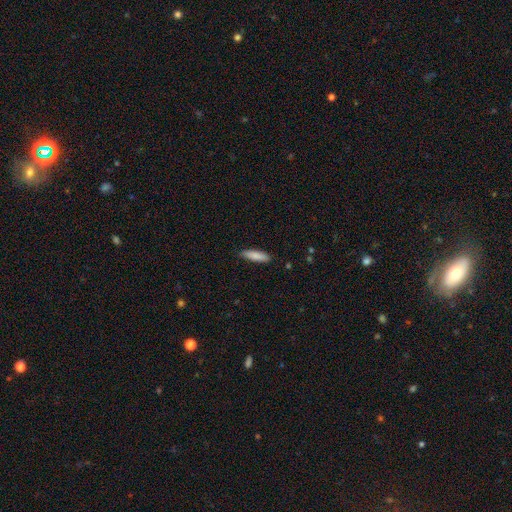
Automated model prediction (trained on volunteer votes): Smooth or featured: smooth — 85% (featured or disk — 9%)
How rounded: cigar-shaped — 68% (in between — 30%)
Merging: none — 87% (minor disturbance — 11%)